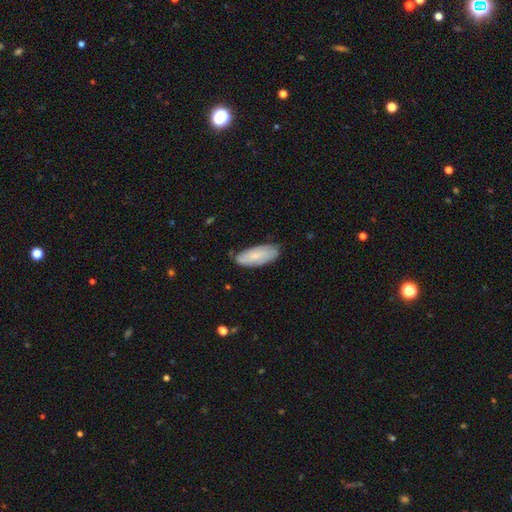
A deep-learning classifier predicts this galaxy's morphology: Smooth or featured: smooth — 72% (featured or disk — 21%)
How rounded: in between — 79% (cigar-shaped — 19%)
Merging: none — 75% (minor disturbance — 21%)